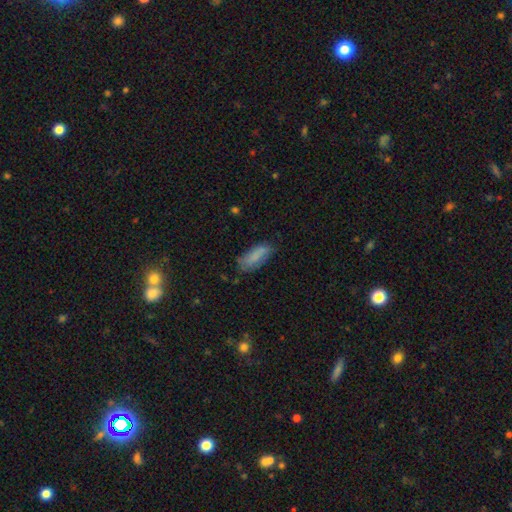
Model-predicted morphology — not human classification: Q: Smooth or featured?
A: smooth (80%); runner-up: featured or disk (13%)
Q: How rounded?
A: in between (74%); runner-up: cigar-shaped (24%)
Q: Merging?
A: none (69%); runner-up: minor disturbance (23%)